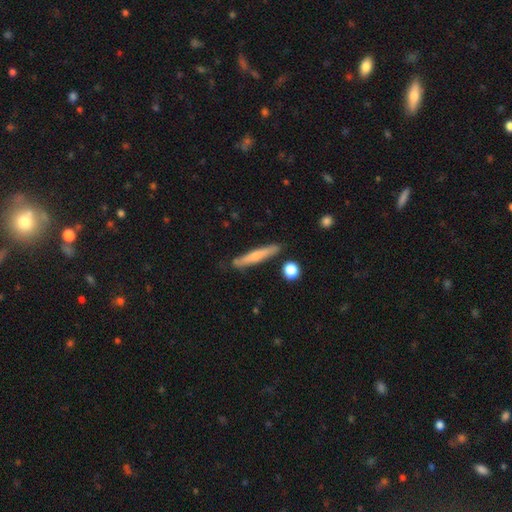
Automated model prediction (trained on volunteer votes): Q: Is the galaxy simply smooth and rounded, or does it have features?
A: smooth — 55%.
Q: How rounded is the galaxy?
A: cigar-shaped — 93%.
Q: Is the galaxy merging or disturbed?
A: none — 81%.